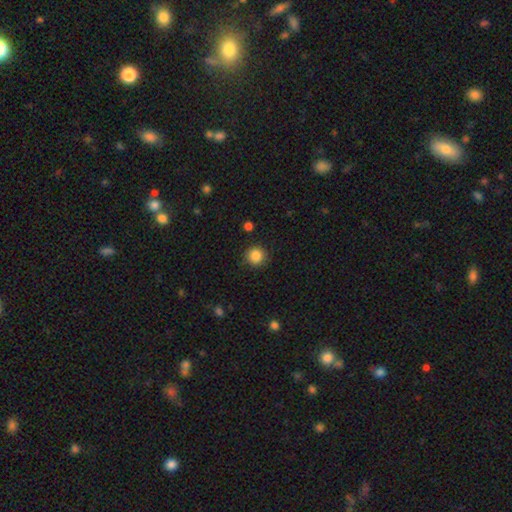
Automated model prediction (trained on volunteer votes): Smooth or featured? smooth (86%)
How rounded? round (93%)
Merging? none (89%)